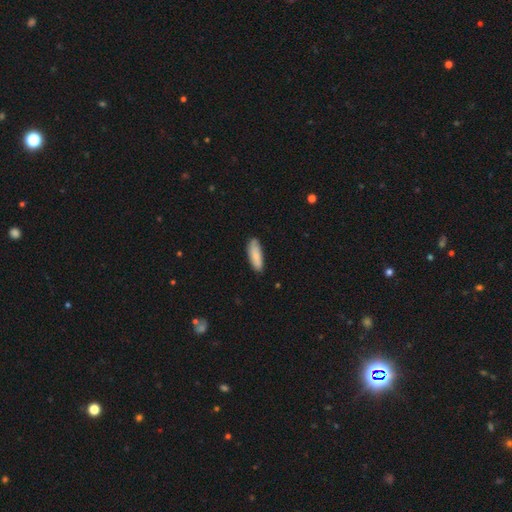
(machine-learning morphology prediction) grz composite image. It shows a smooth galaxy with no disk features (83%) that is in between round and cigar-shaped (55%). Merging: none (82%).